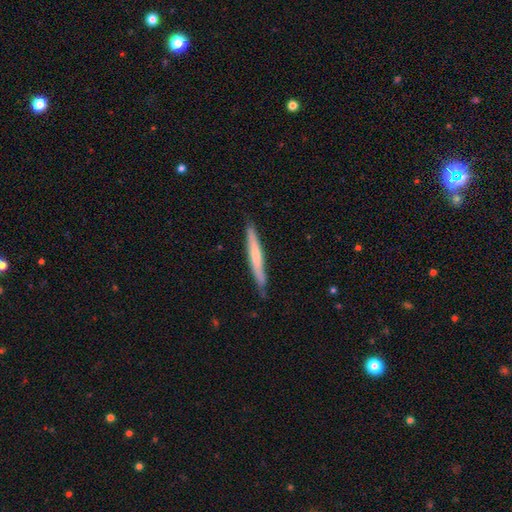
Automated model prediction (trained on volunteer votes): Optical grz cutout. It shows a smooth galaxy with no disk features (49%). Merging: none (85%).